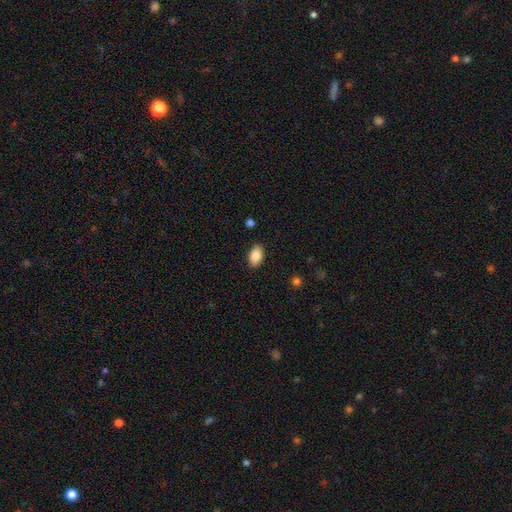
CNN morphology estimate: smooth_or_featured: smooth (p=0.86) [alt: star or artifact p=0.07]
how_rounded: in between (p=0.90) [alt: round p=0.08]
merging: none (p=0.86) [alt: minor disturbance p=0.11]